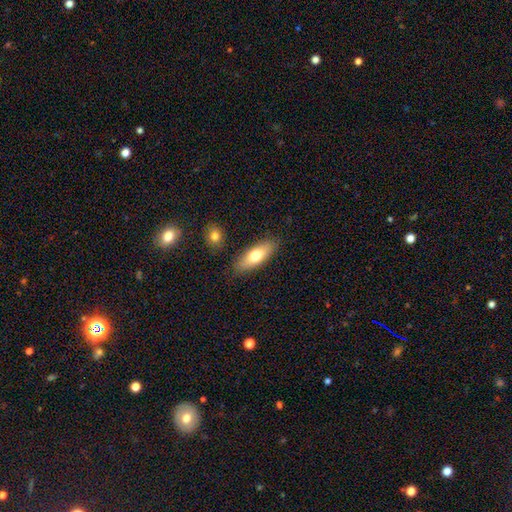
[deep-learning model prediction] This appears to be a smooth galaxy with no disk features (72%) that is in between round and cigar-shaped (70%). Merging: none (85%).